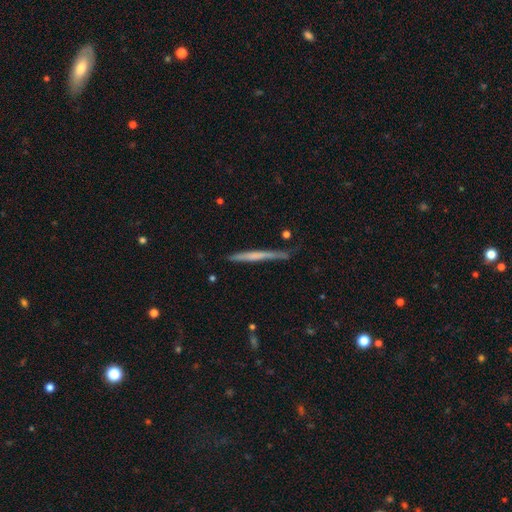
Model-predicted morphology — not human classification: Q: Smooth or featured?
A: featured or disk (47%); tied with: smooth (47%)
Q: Merging?
A: none (78%); runner-up: minor disturbance (17%)